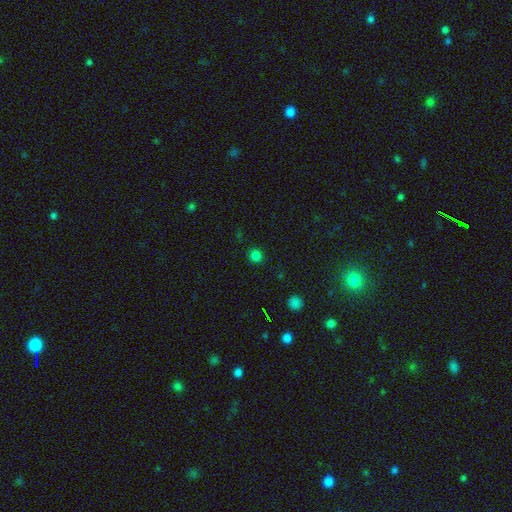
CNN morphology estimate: The model was most divided on "smooth or featured": smooth: 79%, star or artifact: 17%, featured or disk: 4%. More confident: how rounded — round (91%); merging — none (90%).